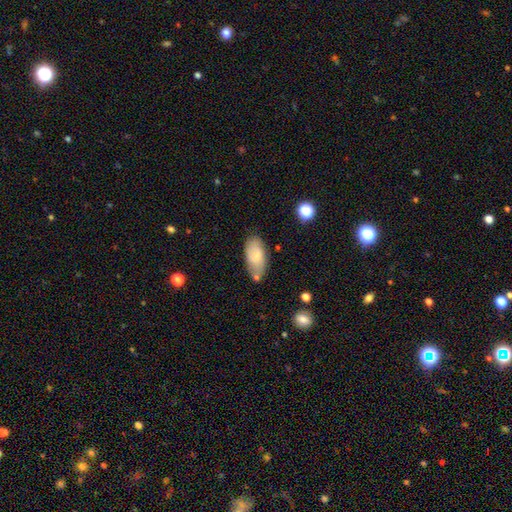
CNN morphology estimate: Smooth or featured: smooth — 71% (featured or disk — 22%)
How rounded: in between — 92% (cigar-shaped — 6%)
Merging: none — 65% (minor disturbance — 22%)